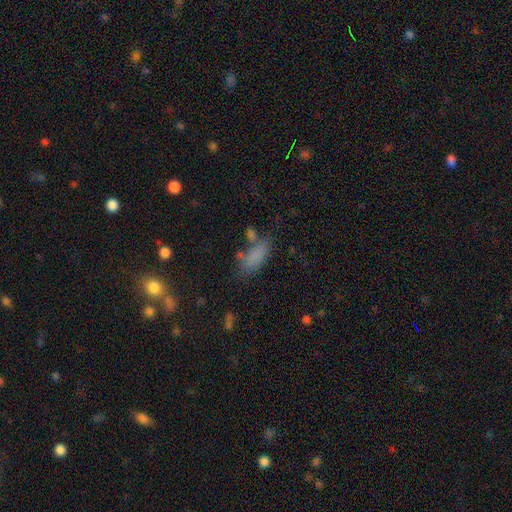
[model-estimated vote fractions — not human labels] smooth 78%, star or artifact 13%, featured or disk 9%. Down the decision tree: how rounded — in between (76%); merging — none (57%).